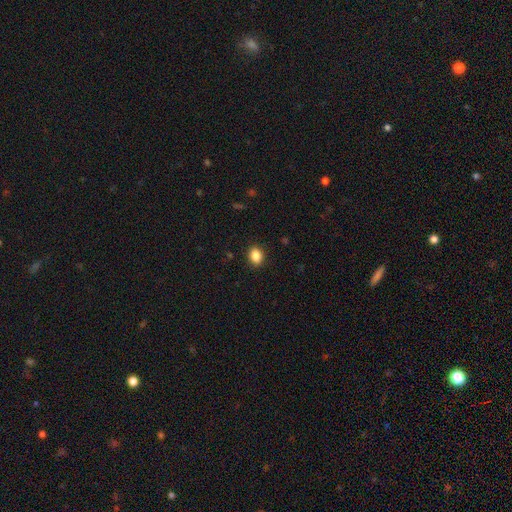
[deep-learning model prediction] smooth 87%, star or artifact 9%, featured or disk 4%. Down the decision tree: how rounded — in between (62%); merging — none (90%).